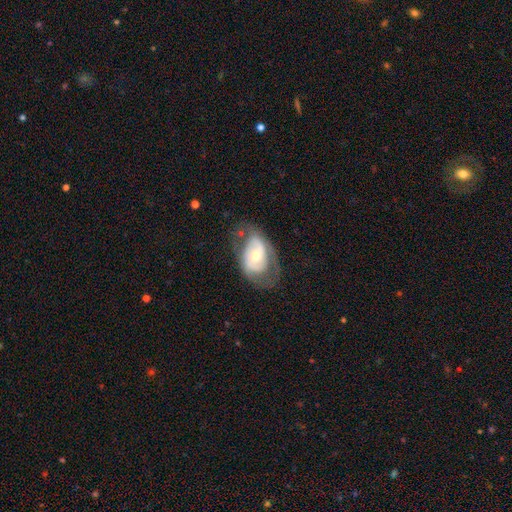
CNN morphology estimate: smooth_or_featured: featured or disk (p=0.64) [alt: smooth p=0.30]
disk_edge_on: no (p=0.93) [alt: yes p=0.07]
bar: no (p=0.64) [alt: weak p=0.25]
has_spiral_arms: yes (p=0.58) [alt: no p=0.42]
bulge_size: moderate (p=0.51) [alt: small p=0.43]
merging: none (p=0.55) [alt: minor disturbance p=0.24]